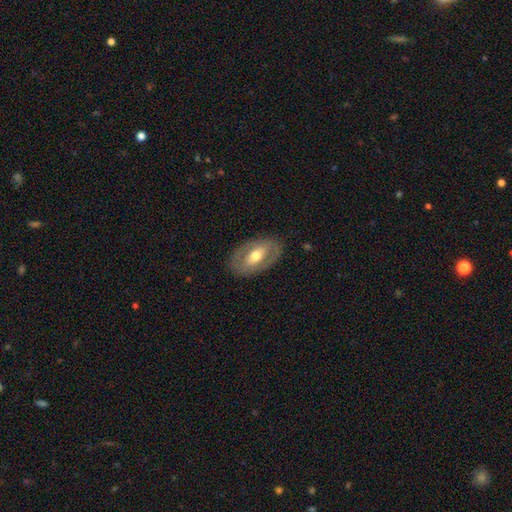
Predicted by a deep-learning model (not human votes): smooth_or_featured: featured or disk (p=0.59) [alt: smooth p=0.35]
disk_edge_on: no (p=0.90) [alt: yes p=0.10]
bar: no (p=0.45) [alt: weak p=0.31]
has_spiral_arms: no (p=0.69) [alt: yes p=0.31]
bulge_size: moderate (p=0.72) [alt: small p=0.15]
merging: none (p=0.82) [alt: minor disturbance p=0.12]